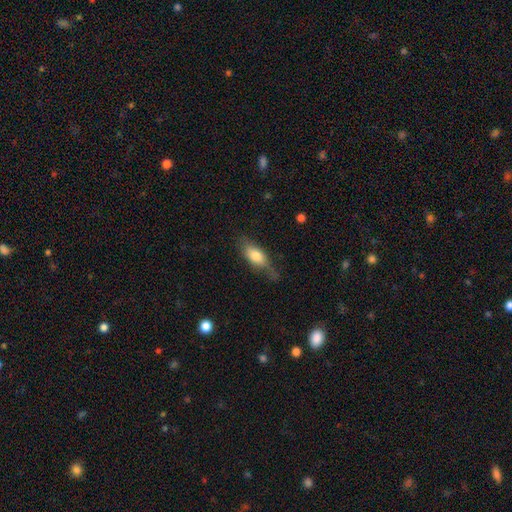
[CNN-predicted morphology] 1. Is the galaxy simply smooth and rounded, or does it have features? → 71% smooth, 23% featured or disk, 6% star or artifact.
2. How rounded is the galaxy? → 76% in between, 21% cigar-shaped, 4% round.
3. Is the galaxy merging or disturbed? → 52% none, 31% minor disturbance, 14% major disturbance, 3% merger.